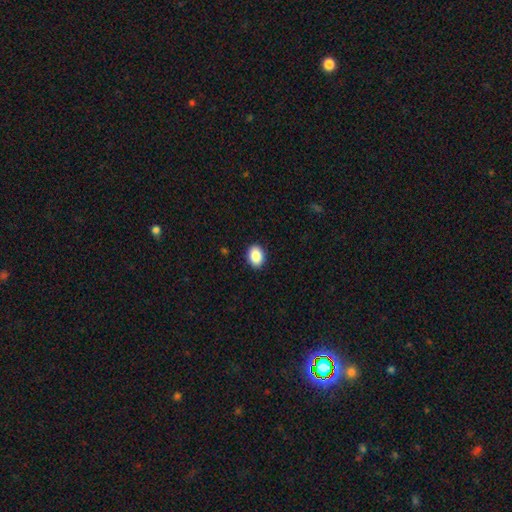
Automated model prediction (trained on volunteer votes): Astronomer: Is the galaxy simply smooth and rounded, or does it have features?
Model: smooth — 89%.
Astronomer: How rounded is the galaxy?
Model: in between — 70%.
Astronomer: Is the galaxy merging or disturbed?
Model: none — 91%.